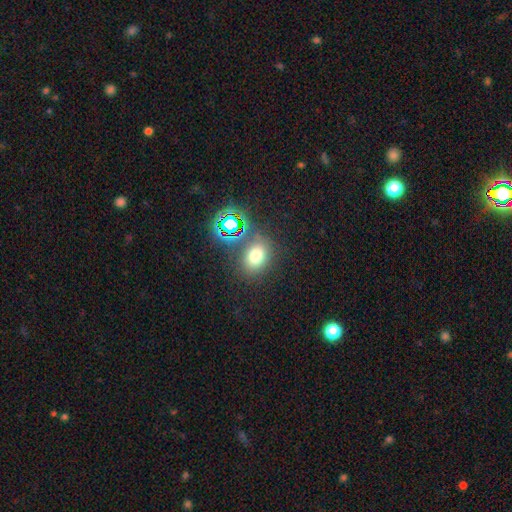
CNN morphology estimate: type=smooth (66%); roundness=round (51%); merging=none (75%).